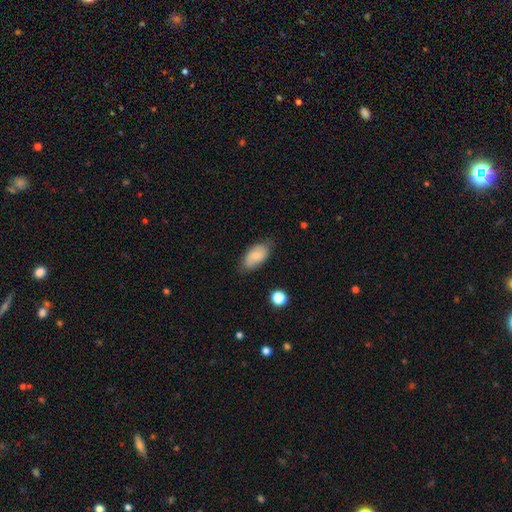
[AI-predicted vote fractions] Smooth or featured? Predicted: smooth (p=0.73). How rounded? Predicted: in between (p=0.93). Merging? Predicted: none (p=0.73).